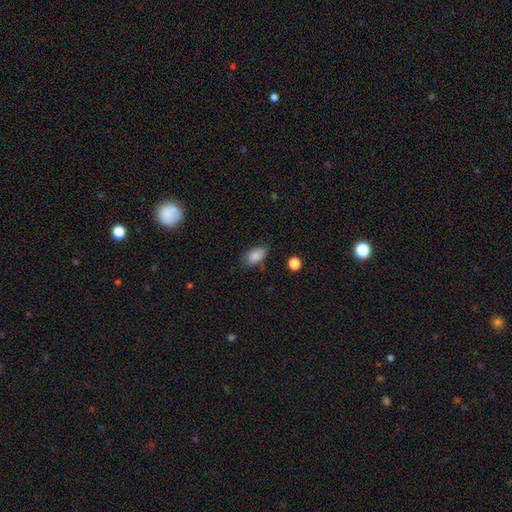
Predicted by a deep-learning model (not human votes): smooth_or_featured: smooth (p=0.85) [alt: star or artifact p=0.08]
how_rounded: in between (p=0.91) [alt: round p=0.07]
merging: none (p=0.74) [alt: minor disturbance p=0.19]